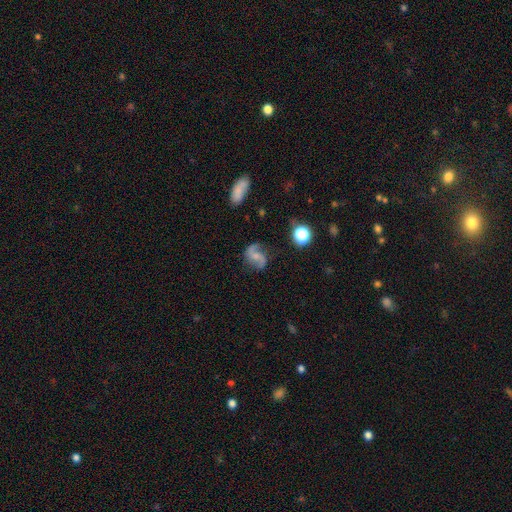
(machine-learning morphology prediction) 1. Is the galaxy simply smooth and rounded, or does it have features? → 78% featured or disk, 14% smooth, 8% star or artifact.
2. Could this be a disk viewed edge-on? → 98% no, 2% yes.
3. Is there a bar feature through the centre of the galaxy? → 47% no, 39% weak, 13% strong.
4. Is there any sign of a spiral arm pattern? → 95% yes, 5% no.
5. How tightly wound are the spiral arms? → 59% loose, 33% medium, 8% tight.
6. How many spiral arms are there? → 91% 2, 3% 1, 3% can't tell, 1% 3, 1% 4, 1% more than 4.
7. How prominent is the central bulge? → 42% small, 29% none, 24% moderate, 3% large, 1% dominant.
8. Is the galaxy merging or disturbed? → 70% none, 18% minor disturbance, 9% major disturbance, 3% merger.